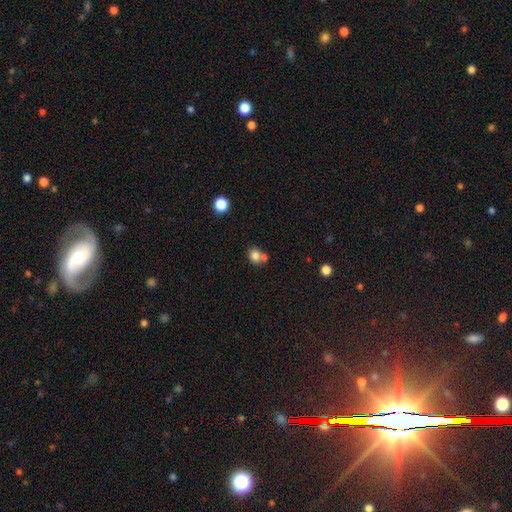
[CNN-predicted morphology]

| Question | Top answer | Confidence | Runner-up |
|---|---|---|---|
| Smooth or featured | smooth | 80% | star or artifact (11%) |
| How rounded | round | 67% | in between (32%) |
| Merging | none | 49% | merger (38%) |